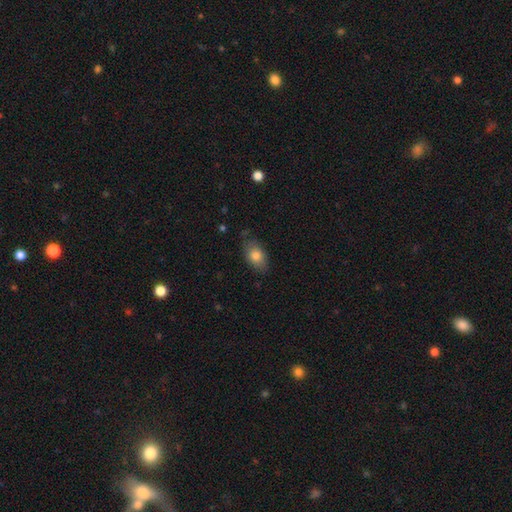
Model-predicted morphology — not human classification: This is clearly a smooth galaxy (80%). How rounded: clearly in between (88%). Merging: likely none (75%).